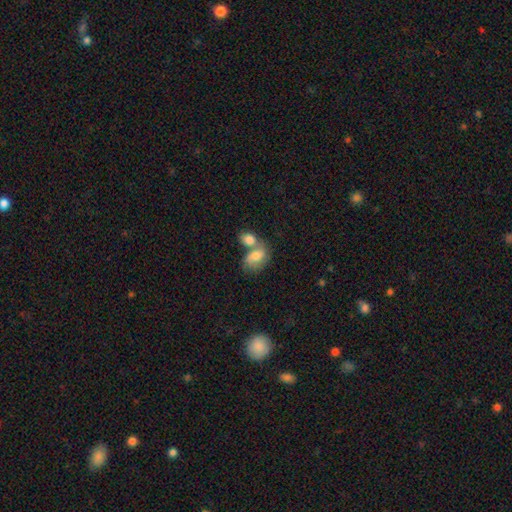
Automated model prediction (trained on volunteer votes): A smooth galaxy with no disk features (64%) that is in between round and cigar-shaped (80%). Merging: merger (61%).